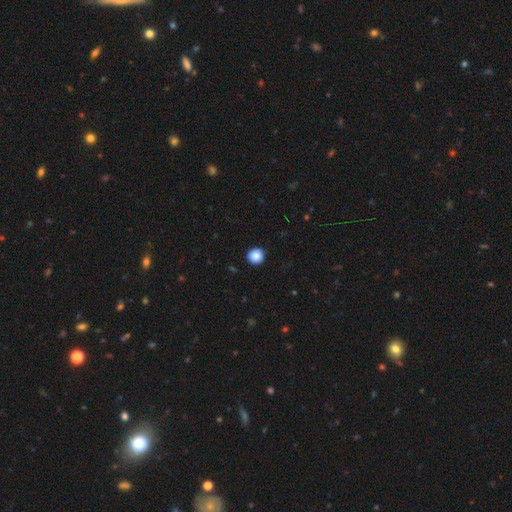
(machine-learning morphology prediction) Smooth or featured?
  - smooth: 88% *
  - star or artifact: 9%
  - featured or disk: 3%
How rounded?
  - round: 93% *
  - in between: 6%
  - cigar-shaped: 1%
Merging?
  - none: 91% *
  - minor disturbance: 6%
  - major disturbance: 2%
  - merger: 1%